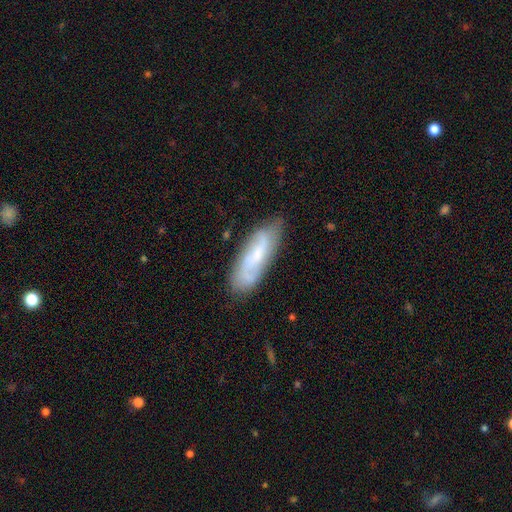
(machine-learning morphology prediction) A featured or disk galaxy (53%).

Vote fractions:
- Smooth or featured? featured or disk: 53% / smooth: 40% / star or artifact: 7%
- Edge-on disk? no: 80% / yes: 20%
- Merging? none: 74% / minor disturbance: 19% / major disturbance: 4% / merger: 2%